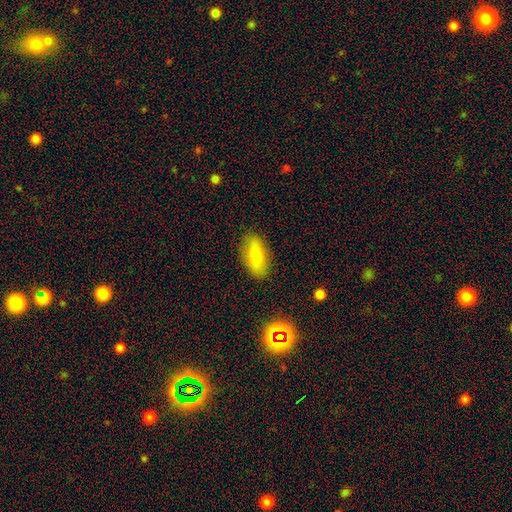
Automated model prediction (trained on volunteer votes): Smooth or featured? smooth (75%)
How rounded? in between (86%)
Merging? none (85%)